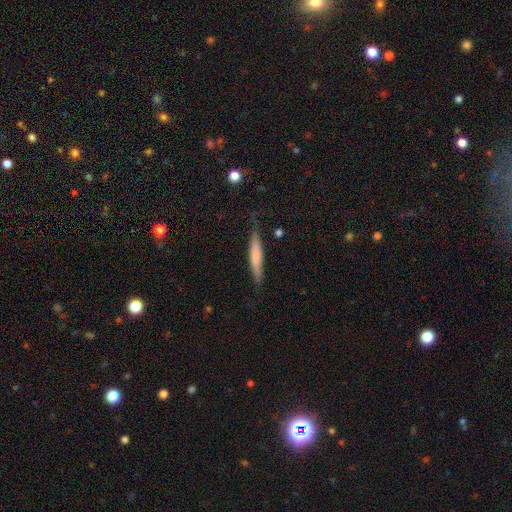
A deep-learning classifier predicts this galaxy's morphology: Smooth or featured? Predicted: smooth (p=0.64). How rounded? Predicted: cigar-shaped (p=0.92). Merging? Predicted: none (p=0.75).